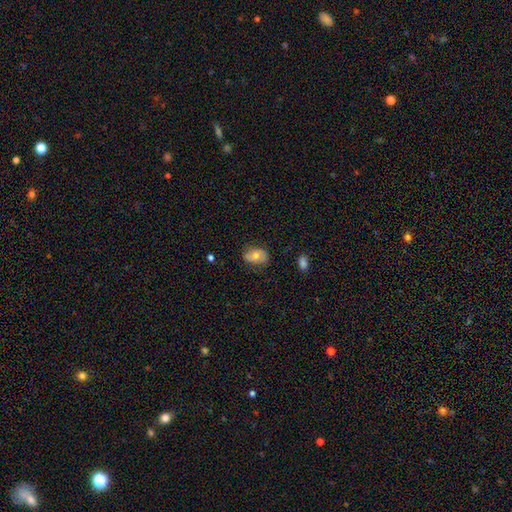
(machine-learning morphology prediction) smooth_or_featured: smooth (p=0.58) [alt: featured or disk p=0.33]
how_rounded: in between (p=0.77) [alt: round p=0.22]
merging: none (p=0.71) [alt: minor disturbance p=0.22]